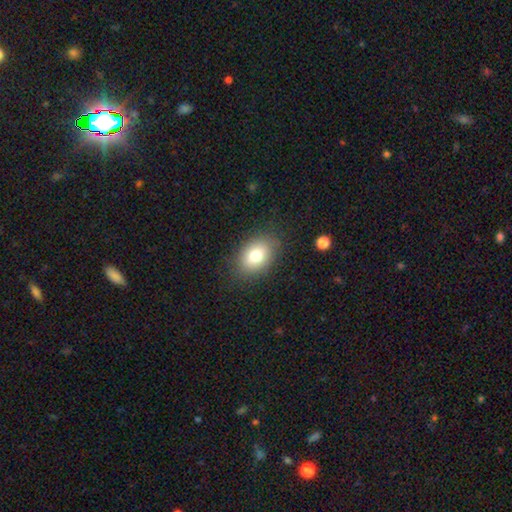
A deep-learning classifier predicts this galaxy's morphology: A smooth galaxy with no disk features (78%) that is in between round and cigar-shaped (77%). Merging: none (83%).